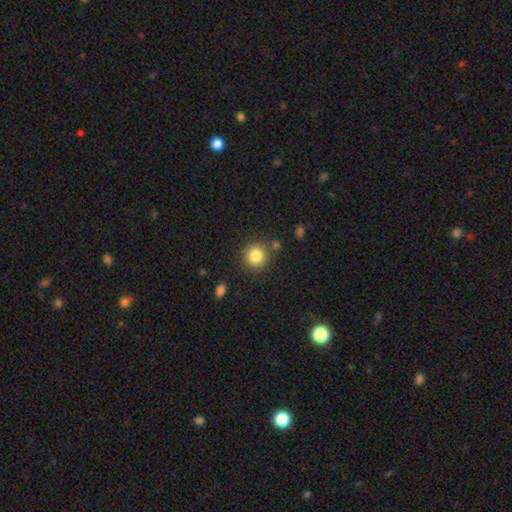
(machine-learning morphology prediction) smooth 84%, star or artifact 10%, featured or disk 6%. Down the decision tree: how rounded — round (91%); merging — none (84%).